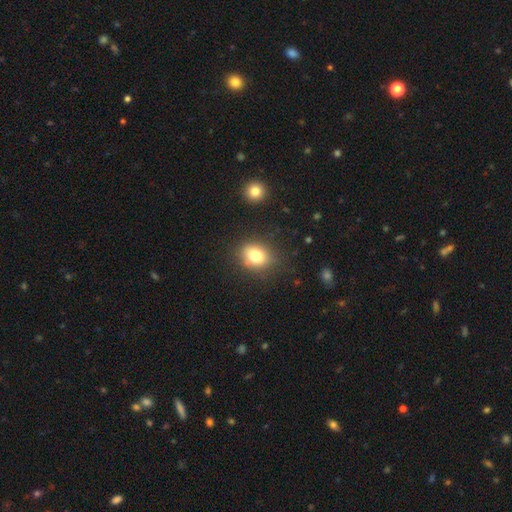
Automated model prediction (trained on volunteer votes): Smooth or featured? smooth (78%)
How rounded? in between (50%)
Merging? none (80%)